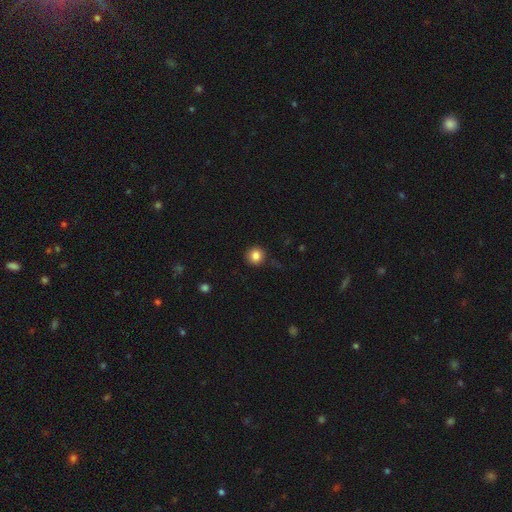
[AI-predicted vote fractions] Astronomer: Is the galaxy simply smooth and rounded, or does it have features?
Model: smooth — 85%.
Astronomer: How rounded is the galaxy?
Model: round — 94%.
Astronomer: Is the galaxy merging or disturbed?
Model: none — 88%.